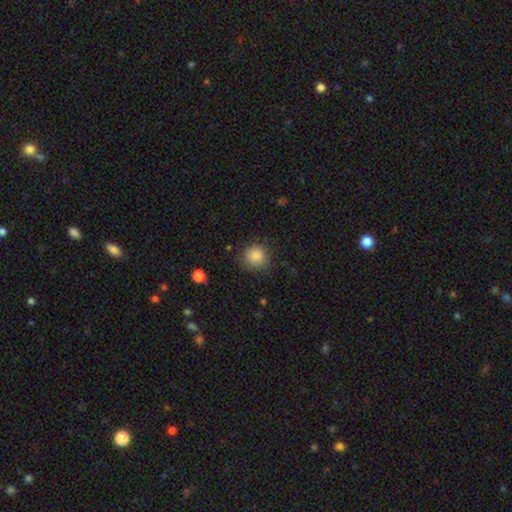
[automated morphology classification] smooth 84%, star or artifact 9%, featured or disk 6%. Down the decision tree: how rounded — round (89%); merging — none (79%).